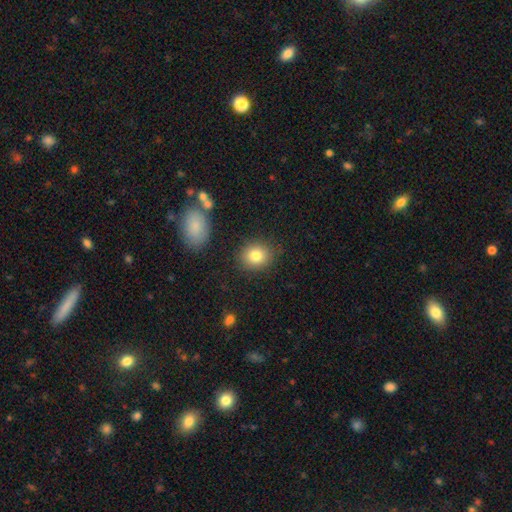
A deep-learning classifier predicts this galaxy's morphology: The model was most divided on "how rounded": round: 72%, in between: 27%, cigar-shaped: 1%. More confident: merging — none (85%); smooth or featured — smooth (81%).